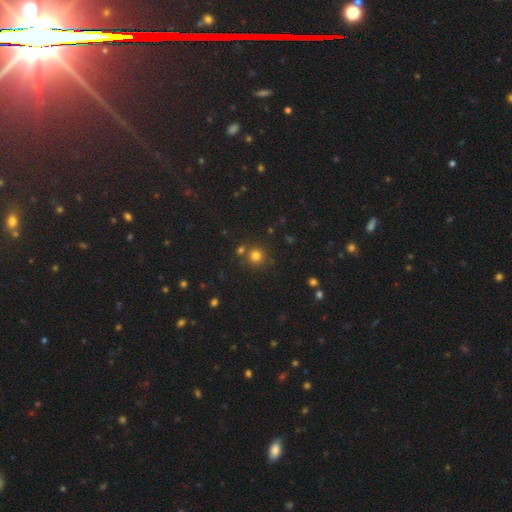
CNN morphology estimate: A smooth galaxy with no disk features (77%) that is round (93%).

Vote fractions:
- Smooth or featured? smooth: 77% / star or artifact: 17% / featured or disk: 6%
- How rounded? round: 93% / in between: 6% / cigar-shaped: 1%
- Merging? none: 76% / merger: 14% / minor disturbance: 7% / major disturbance: 3%